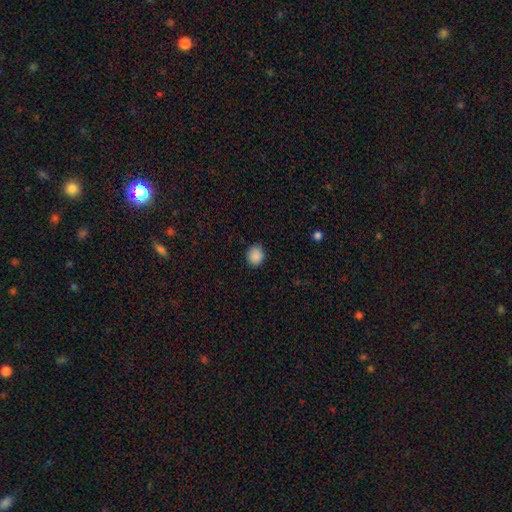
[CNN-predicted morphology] Smooth or featured? smooth (88%)
How rounded? round (80%)
Merging? none (85%)